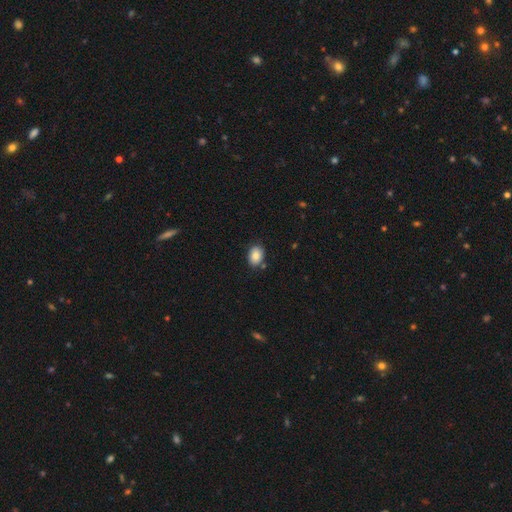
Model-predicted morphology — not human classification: Overall: smooth (86%). How rounded: in between (78%). Merging: none (81%).